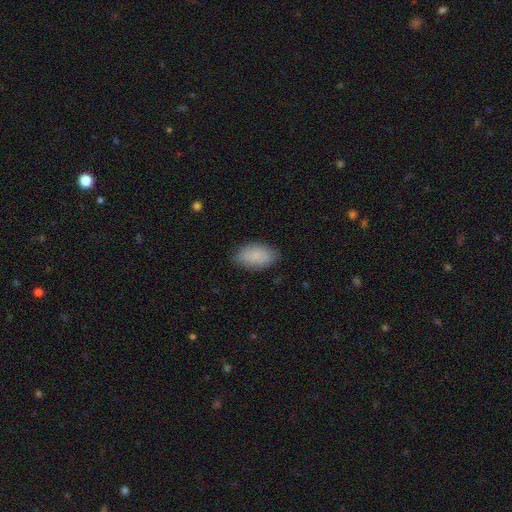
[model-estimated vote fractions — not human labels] Overall: smooth (87%). How rounded: in between (93%). Merging: none (80%).